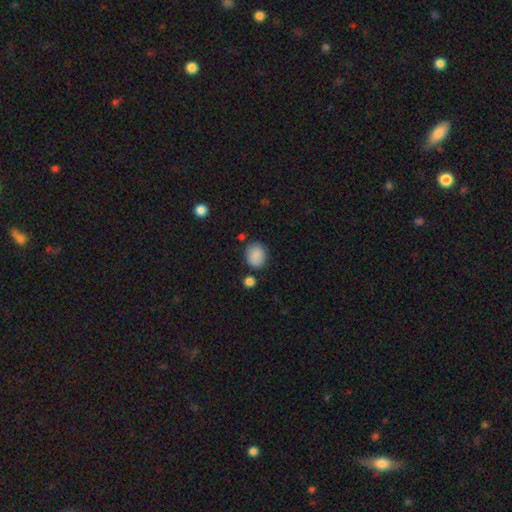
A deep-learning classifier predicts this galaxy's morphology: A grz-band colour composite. It shows a smooth galaxy with no disk features (88%) that is round (56%). Merging: none (77%).